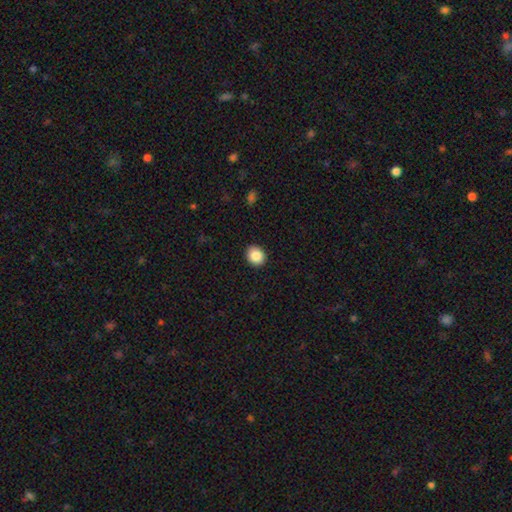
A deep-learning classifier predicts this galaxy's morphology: Smooth or featured: smooth — 87% (star or artifact — 9%)
How rounded: round — 71% (in between — 28%)
Merging: none — 92% (minor disturbance — 6%)